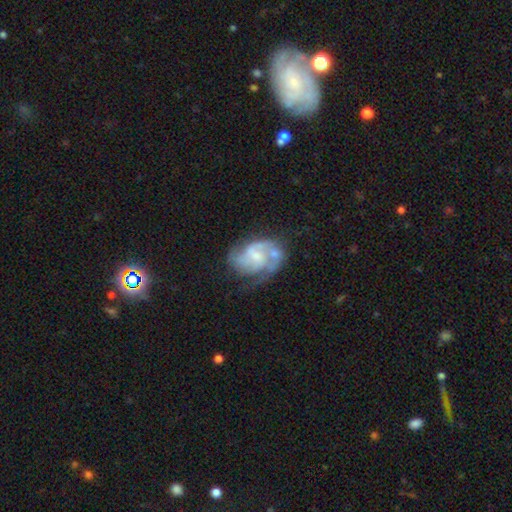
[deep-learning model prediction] This is likely a featured or disk galaxy (78%). It is clearly not viewed edge-on (98%). Bar: possibly no (47%). Spiral arm pattern: clearly yes (89%). Spiral arm count: possibly 2 (54%). Spiral winding: possibly medium (49%). Central bulge: possibly small (46%). Merging: marginally none (41%).